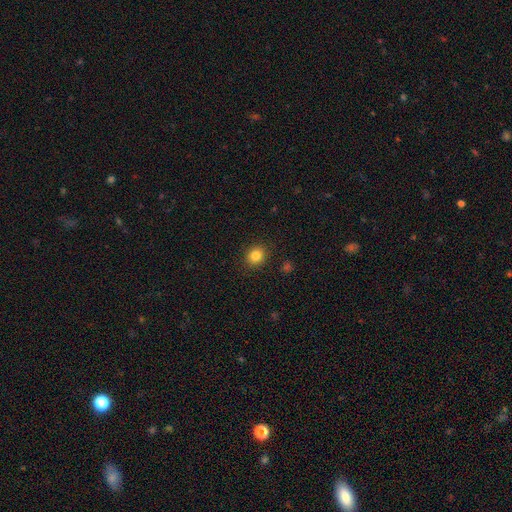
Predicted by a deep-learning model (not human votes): smooth-or-featured: smooth: 84% | star or artifact: 11% | featured or disk: 5%
  how-rounded: round: 71% | in between: 28% | cigar-shaped: 1%
  merging: none: 89% | minor disturbance: 8% | major disturbance: 2% | merger: 1%